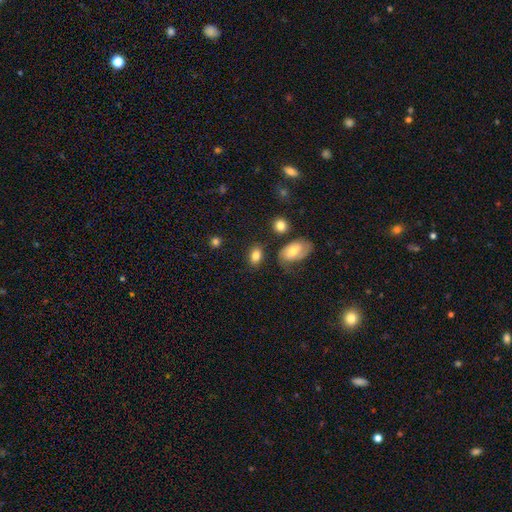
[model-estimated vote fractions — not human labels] Smooth or featured? smooth (81%)
How rounded? in between (83%)
Merging? none (74%)